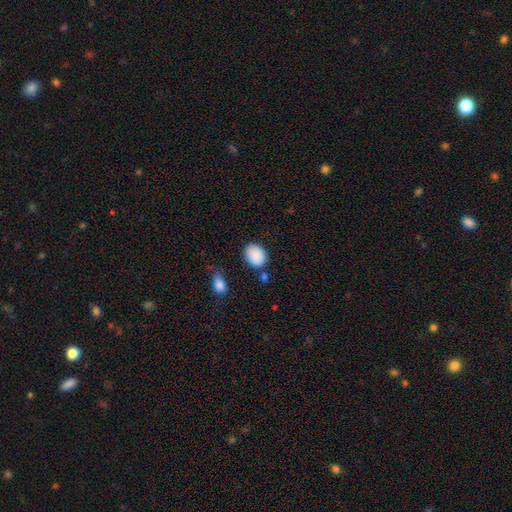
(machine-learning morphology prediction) smooth 89%, star or artifact 7%, featured or disk 4%. Down the decision tree: how rounded — in between (63%); merging — none (73%).